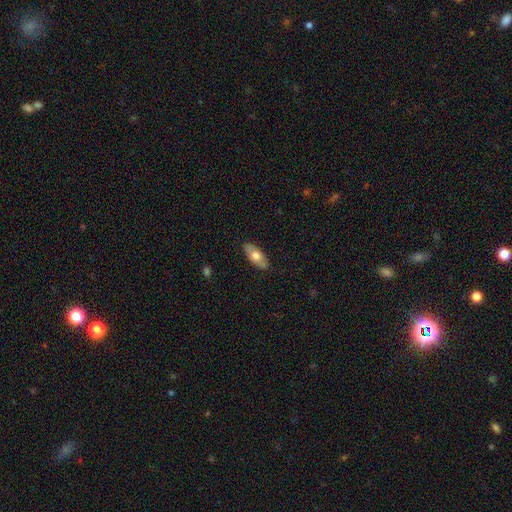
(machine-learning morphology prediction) A smooth galaxy with no disk features (63%) that is in between round and cigar-shaped (83%).

Vote fractions:
- Smooth or featured? smooth: 63% / featured or disk: 31% / star or artifact: 5%
- How rounded? in between: 83% / cigar-shaped: 14% / round: 3%
- Merging? none: 87% / minor disturbance: 10% / major disturbance: 2% / merger: 1%